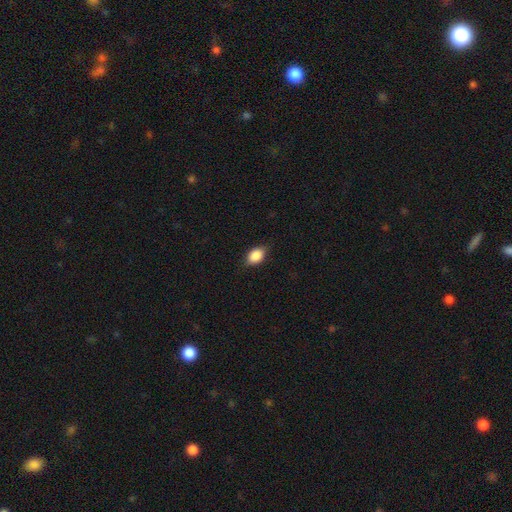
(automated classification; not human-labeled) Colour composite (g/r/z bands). It shows a smooth galaxy with no disk features (87%) that is in between round and cigar-shaped (81%). Merging: none (81%).